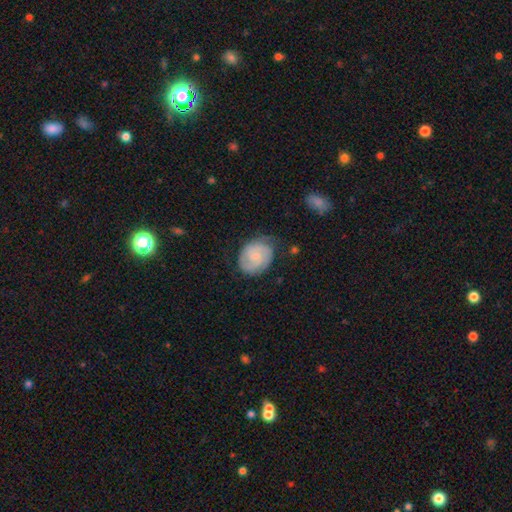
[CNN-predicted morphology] Smooth or featured?
  - featured or disk: 66% *
  - smooth: 28%
  - star or artifact: 6%
Edge-on disk?
  - no: 98% *
  - yes: 2%
Bar?
  - no: 55% *
  - weak: 40%
  - strong: 5%
Spiral arms?
  - yes: 94% *
  - no: 6%
Spiral winding?
  - tight: 51% *
  - medium: 39%
  - loose: 10%
Spiral arm count?
  - 2: 68% *
  - can't tell: 14%
  - 3: 10%
  - 1: 3%
  - 4: 2%
  - more than 4: 2%
Bulge size?
  - small: 59% *
  - moderate: 20%
  - none: 18%
  - large: 2%
  - dominant: 1%
Merging?
  - none: 70% *
  - minor disturbance: 22%
  - major disturbance: 6%
  - merger: 2%